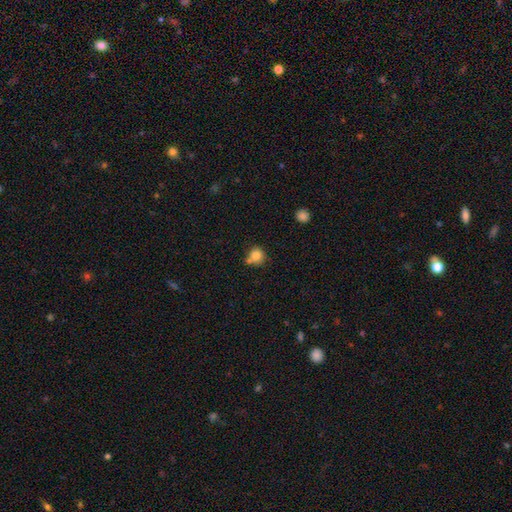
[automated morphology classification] Smooth or featured? Predicted: smooth (p=0.82). How rounded? Predicted: round (p=0.86). Merging? Predicted: none (p=0.58).